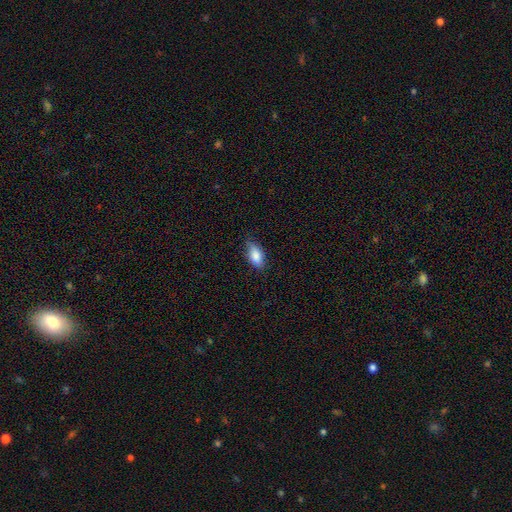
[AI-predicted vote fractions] smooth 82%, featured or disk 11%, star or artifact 7%. Down the decision tree: how rounded — in between (87%); merging — none (73%).